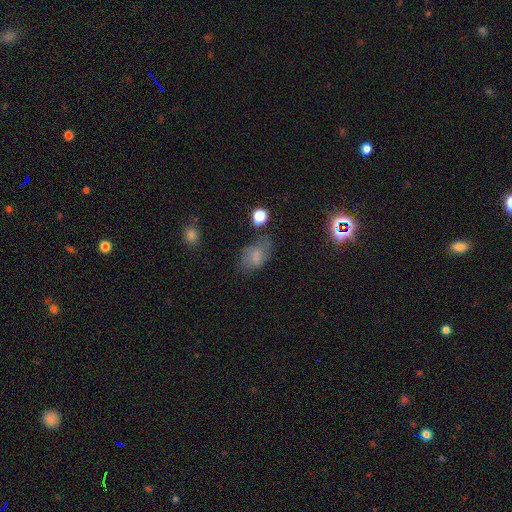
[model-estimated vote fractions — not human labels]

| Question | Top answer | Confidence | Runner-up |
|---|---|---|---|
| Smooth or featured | smooth | 70% | featured or disk (16%) |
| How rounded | in between | 85% | round (13%) |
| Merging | none | 56% | minor disturbance (26%) |